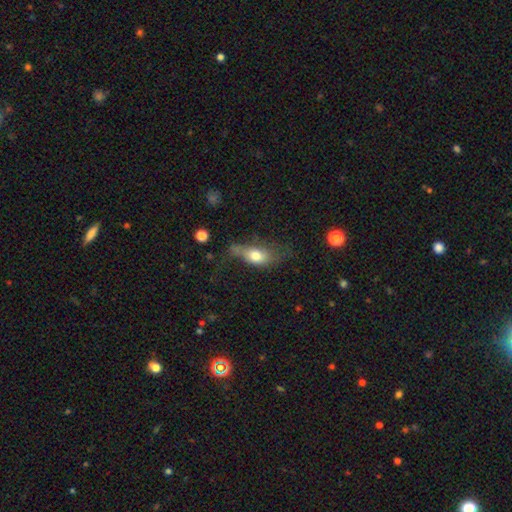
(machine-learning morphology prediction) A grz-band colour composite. It shows a smooth galaxy with no disk features (68%) that is in between round and cigar-shaped (77%). Merging: none (34%).